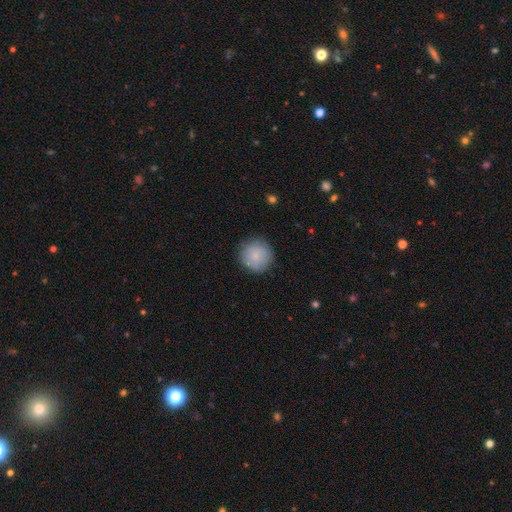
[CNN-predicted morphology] Smooth or featured: smooth — 85% (featured or disk — 8%)
How rounded: round — 95% (in between — 4%)
Merging: none — 85% (minor disturbance — 11%)